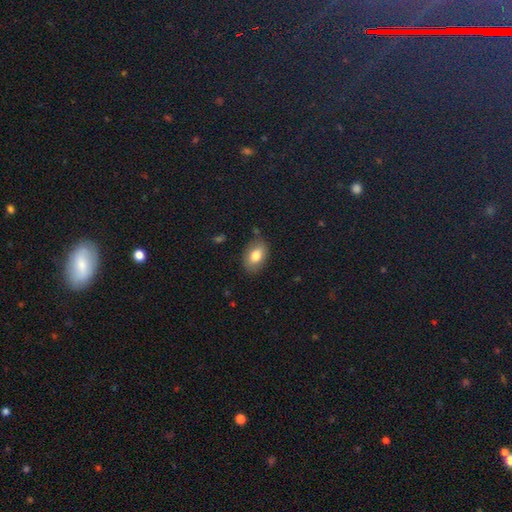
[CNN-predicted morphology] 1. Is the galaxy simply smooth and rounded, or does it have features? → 77% smooth, 15% featured or disk, 8% star or artifact.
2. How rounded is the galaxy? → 87% in between, 12% round, 1% cigar-shaped.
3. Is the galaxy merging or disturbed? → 81% none, 14% minor disturbance, 3% major disturbance, 2% merger.